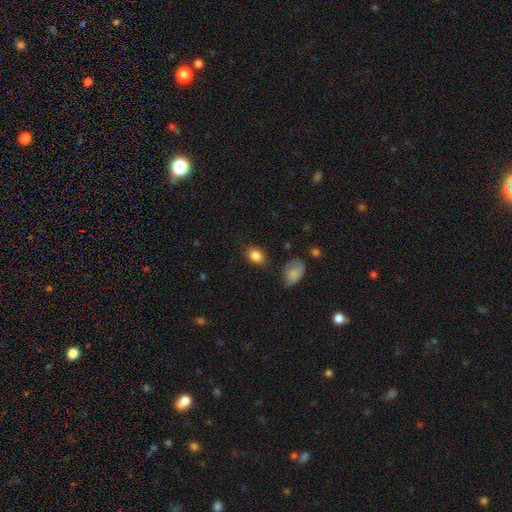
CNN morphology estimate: smooth 85%, star or artifact 9%, featured or disk 6%. Down the decision tree: how rounded — in between (79%); merging — none (82%).